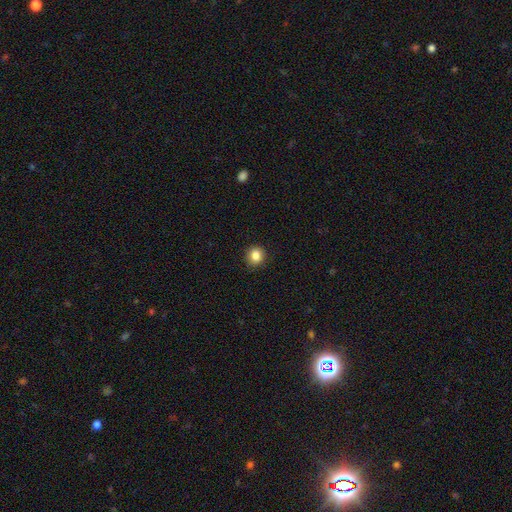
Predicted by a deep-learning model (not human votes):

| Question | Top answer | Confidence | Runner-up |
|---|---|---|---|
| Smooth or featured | smooth | 85% | star or artifact (10%) |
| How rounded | round | 87% | in between (12%) |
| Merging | none | 90% | minor disturbance (7%) |